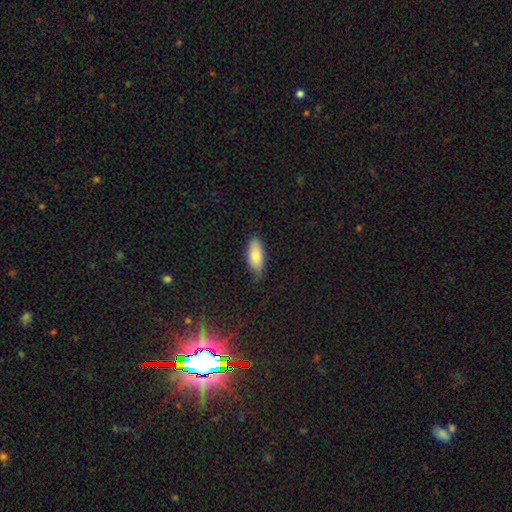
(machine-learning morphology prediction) A smooth galaxy with no disk features (81%) that is in between round and cigar-shaped (85%). Merging: none (72%).